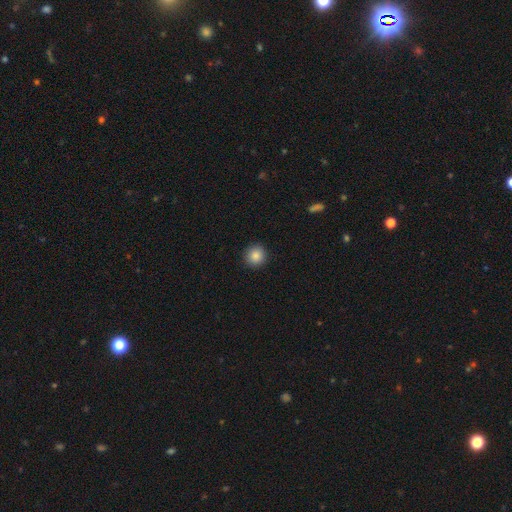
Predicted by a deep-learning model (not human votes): A smooth galaxy with no disk features (85%) that is round (93%).

Vote fractions:
- Smooth or featured? smooth: 85% / star or artifact: 10% / featured or disk: 5%
- How rounded? round: 93% / in between: 6% / cigar-shaped: 1%
- Merging? none: 92% / minor disturbance: 5% / major disturbance: 2% / merger: 1%